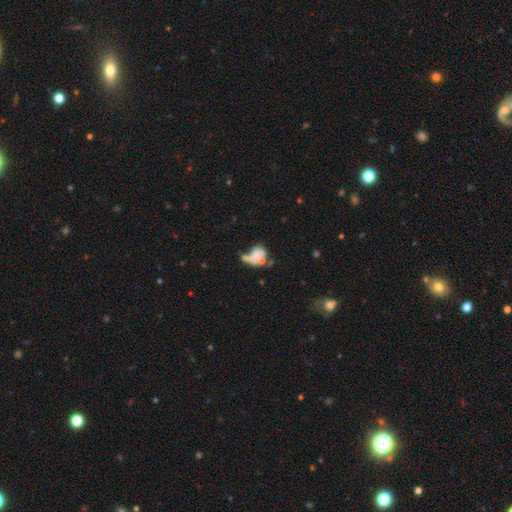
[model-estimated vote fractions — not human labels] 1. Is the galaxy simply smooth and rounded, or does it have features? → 45% featured or disk, 43% smooth, 12% star or artifact.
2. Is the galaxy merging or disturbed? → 40% merger, 26% major disturbance, 19% none, 15% minor disturbance.